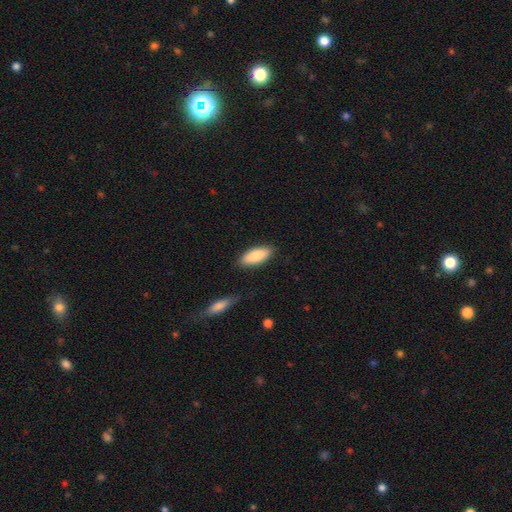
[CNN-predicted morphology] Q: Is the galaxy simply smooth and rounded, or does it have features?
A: smooth — 85%.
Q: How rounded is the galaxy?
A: in between — 76%.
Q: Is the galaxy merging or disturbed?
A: none — 85%.